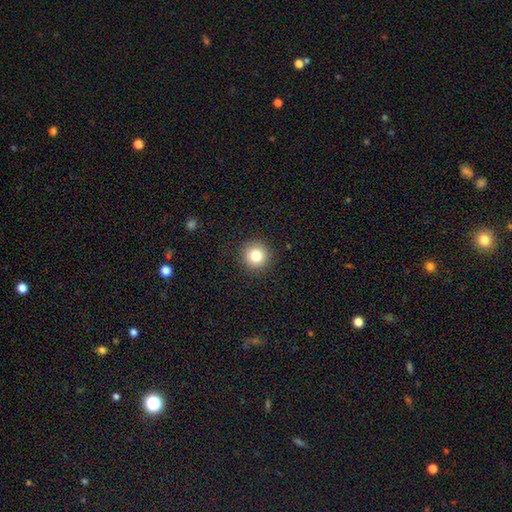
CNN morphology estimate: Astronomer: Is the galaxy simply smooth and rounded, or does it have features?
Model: smooth — 81%.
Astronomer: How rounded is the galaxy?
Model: round — 95%.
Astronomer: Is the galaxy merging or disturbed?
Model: none — 91%.